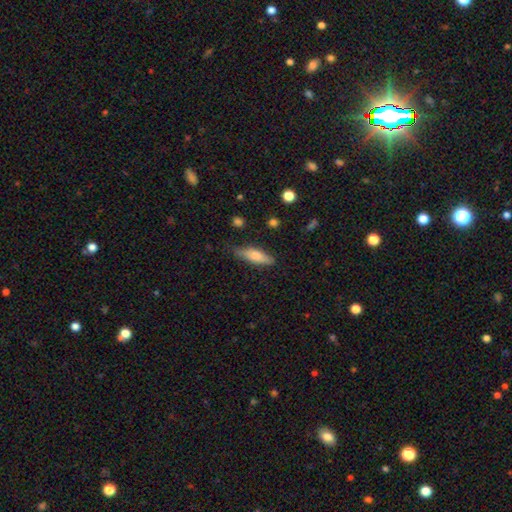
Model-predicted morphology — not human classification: type=smooth (69%); roundness=cigar-shaped (53%); merging=none (74%).